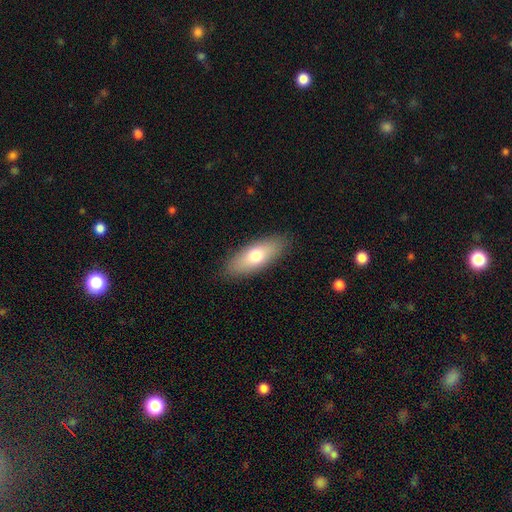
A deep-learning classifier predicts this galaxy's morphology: A smooth galaxy with no disk features (71%) that is in between round and cigar-shaped (72%). Merging: none (88%).